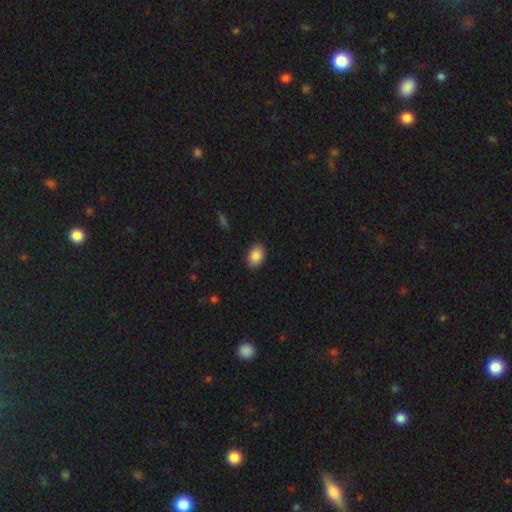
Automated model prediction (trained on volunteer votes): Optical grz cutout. It shows a smooth galaxy with no disk features (87%) that is in between round and cigar-shaped (83%). Merging: none (87%).